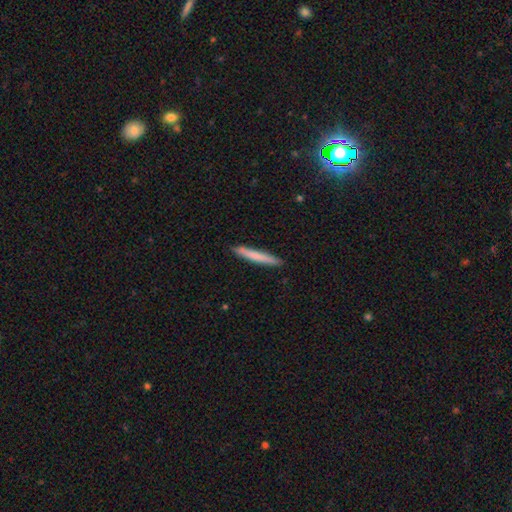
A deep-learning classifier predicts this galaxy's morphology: A smooth galaxy with no disk features (74%) that is cigar-shaped (96%). Merging: none (91%).